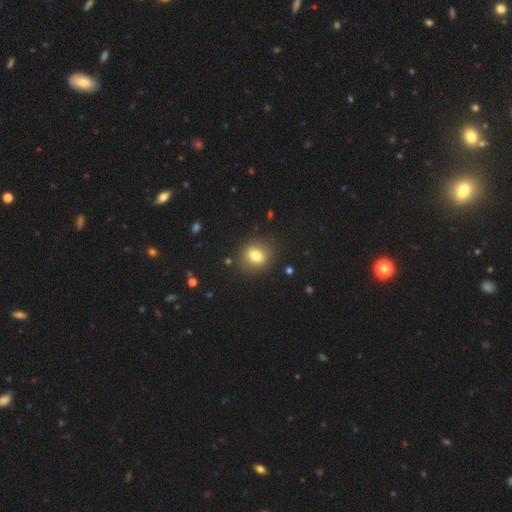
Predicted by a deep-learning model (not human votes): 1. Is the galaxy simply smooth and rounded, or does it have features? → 78% smooth, 11% star or artifact, 11% featured or disk.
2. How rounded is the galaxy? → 67% round, 32% in between, 1% cigar-shaped.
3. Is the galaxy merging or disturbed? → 87% none, 8% minor disturbance, 3% major disturbance, 2% merger.